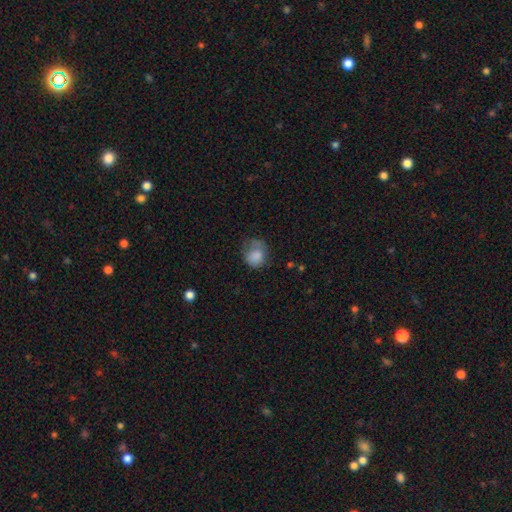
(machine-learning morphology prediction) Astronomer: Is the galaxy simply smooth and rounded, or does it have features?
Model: smooth — 80%.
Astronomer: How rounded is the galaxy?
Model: round — 68%.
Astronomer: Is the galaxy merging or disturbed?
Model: none — 41% (runner-up: minor disturbance, 31%).